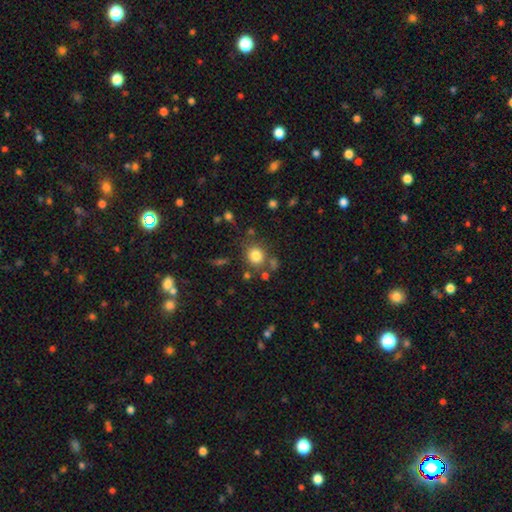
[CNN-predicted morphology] A smooth galaxy with no disk features (81%) that is round (82%). Merging: none (74%).